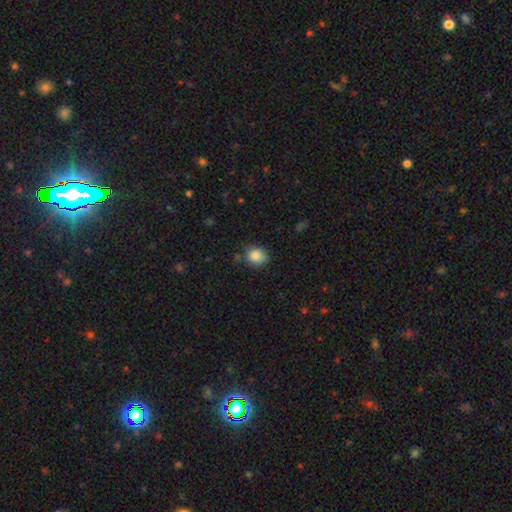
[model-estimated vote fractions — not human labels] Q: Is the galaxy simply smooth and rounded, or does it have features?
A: smooth — 85%.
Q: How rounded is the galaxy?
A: round — 62%.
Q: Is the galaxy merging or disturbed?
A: none — 70%.